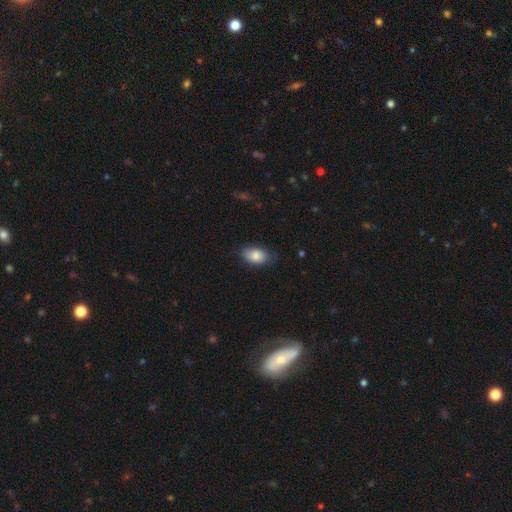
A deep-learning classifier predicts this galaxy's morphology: The model was most divided on "merging": none: 75%, minor disturbance: 20%, major disturbance: 4%, merger: 1%. More confident: how rounded — in between (91%); smooth or featured — smooth (85%).